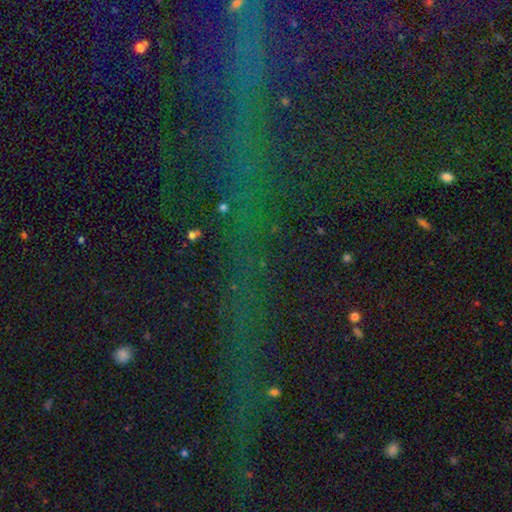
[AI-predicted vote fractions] Smooth or featured: star or artifact — 76% (smooth — 12%)